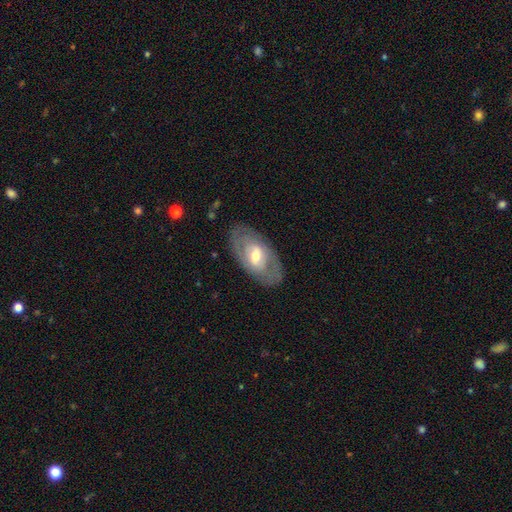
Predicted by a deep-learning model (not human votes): This is likely a featured or disk galaxy (62%). It is clearly not viewed edge-on (89%). Bar: possibly weak (46%). Spiral arm pattern: possibly no (53%). Central bulge: likely moderate (64%). Merging: clearly none (80%).